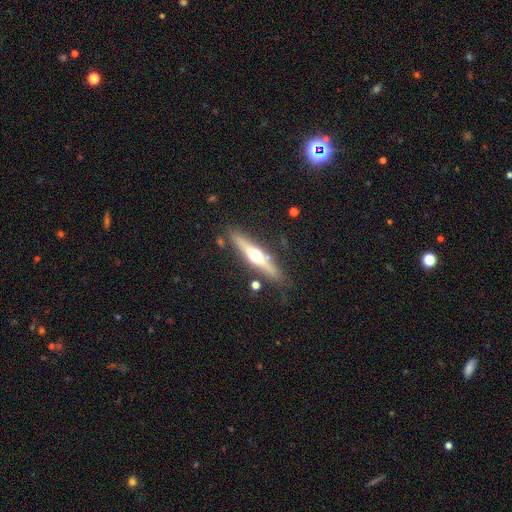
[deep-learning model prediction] Smooth or featured? Predicted: featured or disk (p=0.67). Edge-on disk? Predicted: yes (p=0.95). Edge-on bulge? Predicted: rounded (p=0.94). Merging? Predicted: none (p=0.82).